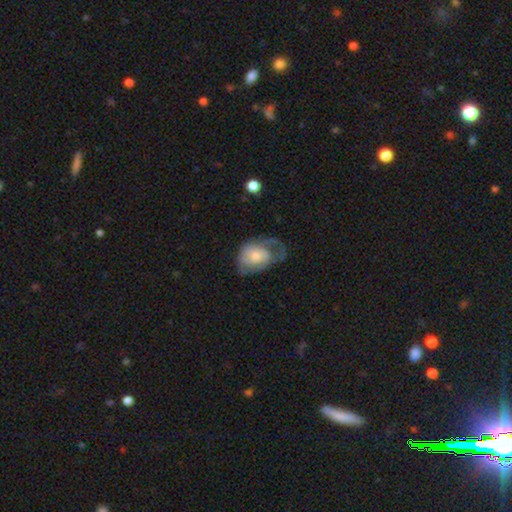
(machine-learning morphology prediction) This appears to be a smooth galaxy with no disk features (47%). Merging: major disturbance (43%).